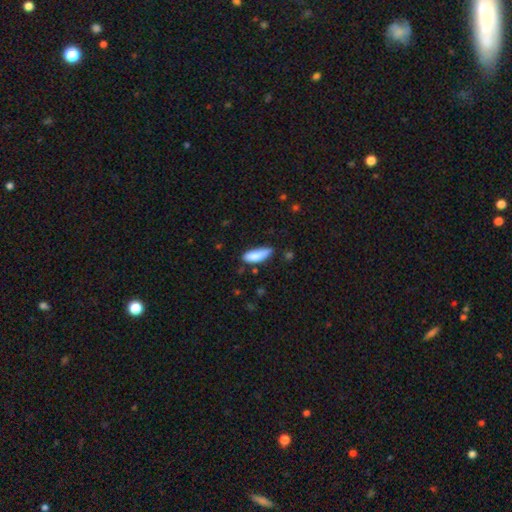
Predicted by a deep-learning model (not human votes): Overall: smooth (85%). How rounded: in between (65%; cigar-shaped 34%). Merging: none (62%; minor disturbance 29%).